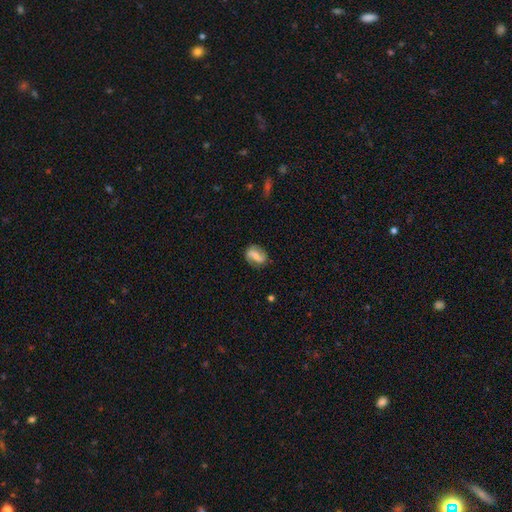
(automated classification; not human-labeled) featured or disk 63%, smooth 30%, star or artifact 7%. Down the decision tree: edge-on disk — no (96%); bar — weak (39%); spiral arms — yes (86%); spiral arm count — 2 (87%); spiral winding — loose (43%); bulge size — moderate (46%); merging — none (79%).